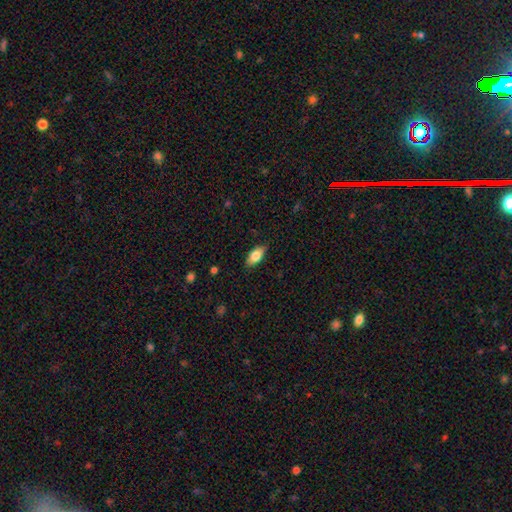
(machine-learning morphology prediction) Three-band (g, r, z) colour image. It shows a smooth galaxy with no disk features (80%) that is in between round and cigar-shaped (89%). Merging: none (85%).